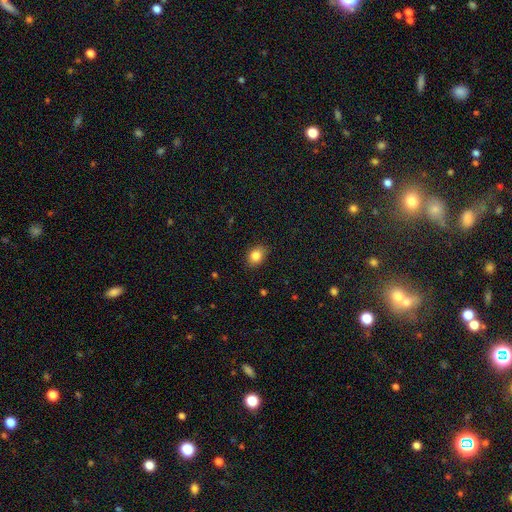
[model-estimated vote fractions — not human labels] Q: Smooth or featured?
A: smooth (84%); runner-up: star or artifact (10%)
Q: How rounded?
A: in between (63%); runner-up: round (36%)
Q: Merging?
A: none (85%); runner-up: minor disturbance (12%)